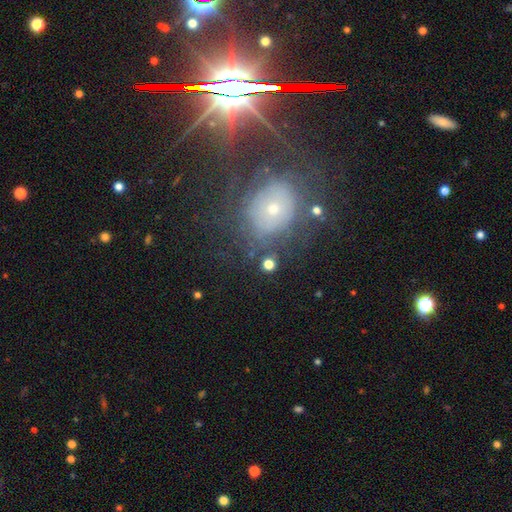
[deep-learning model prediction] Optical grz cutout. It shows a star or artifact, not a galaxy (45%).